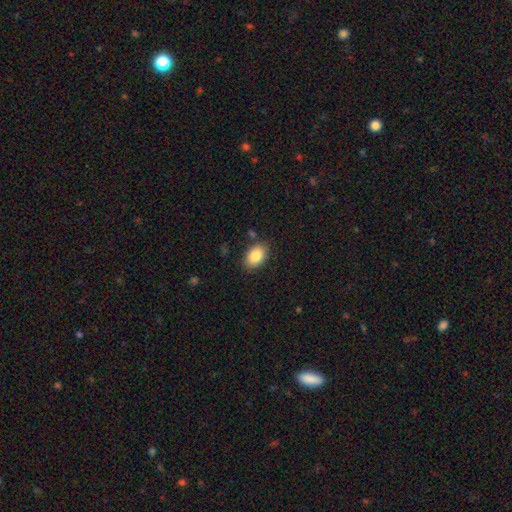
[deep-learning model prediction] Q: Smooth or featured?
A: smooth (85%); runner-up: featured or disk (8%)
Q: How rounded?
A: in between (88%); runner-up: round (10%)
Q: Merging?
A: none (84%); runner-up: minor disturbance (11%)